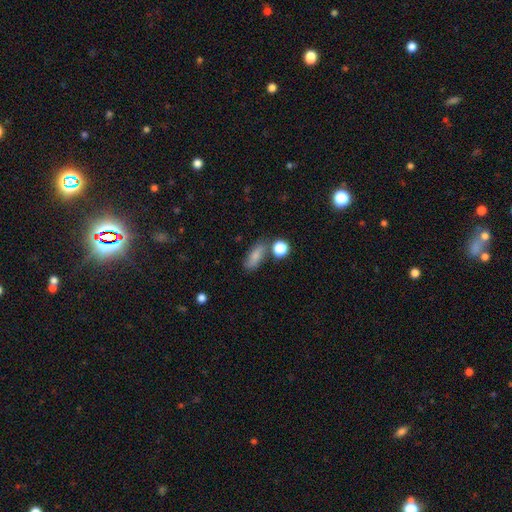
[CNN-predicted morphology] Q: Smooth or featured?
A: smooth (77%); runner-up: featured or disk (13%)
Q: How rounded?
A: in between (71%); runner-up: cigar-shaped (19%)
Q: Merging?
A: none (66%); runner-up: minor disturbance (17%)